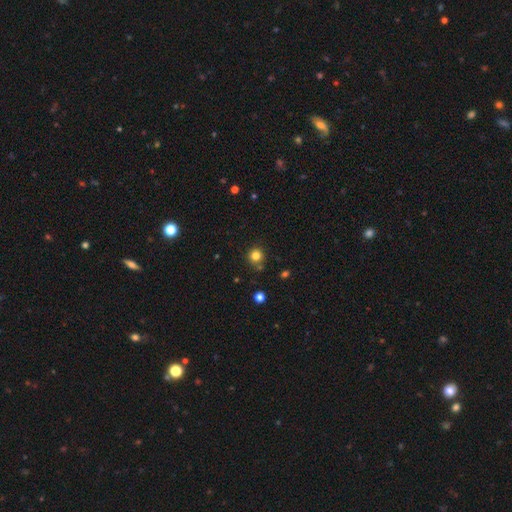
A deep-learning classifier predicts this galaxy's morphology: Overall: smooth (81%). How rounded: round (93%). Merging: none (83%).